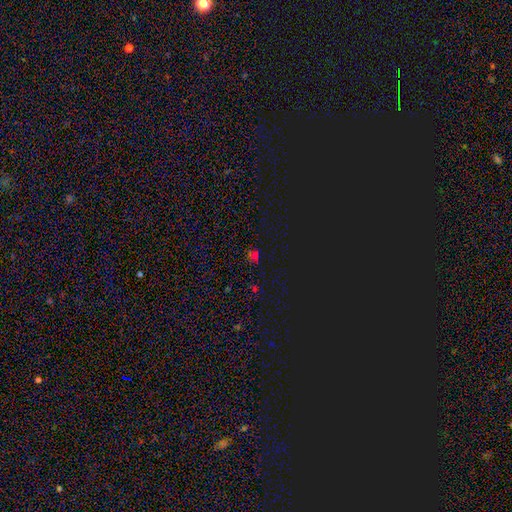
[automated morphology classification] A star or artifact, not a galaxy (58%).